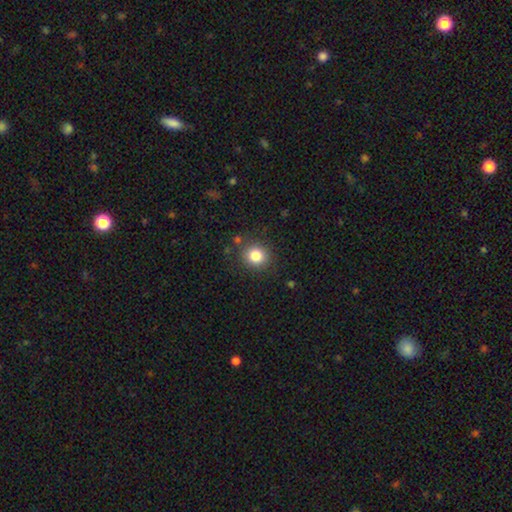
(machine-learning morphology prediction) type=smooth (83%); roundness=round (84%); merging=none (86%).